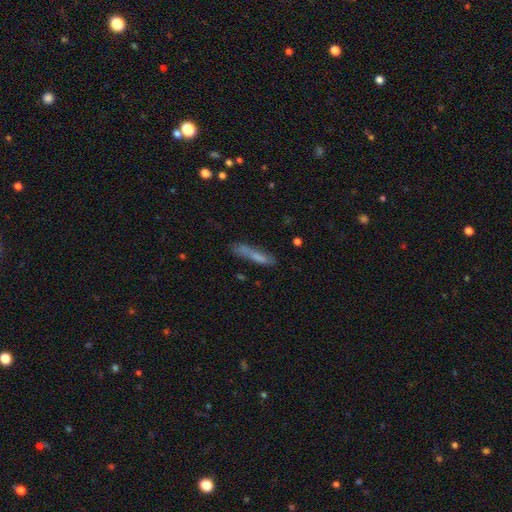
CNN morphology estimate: Q: Smooth or featured?
A: smooth (65%); runner-up: featured or disk (26%)
Q: How rounded?
A: cigar-shaped (88%); runner-up: in between (10%)
Q: Merging?
A: none (68%); runner-up: minor disturbance (19%)